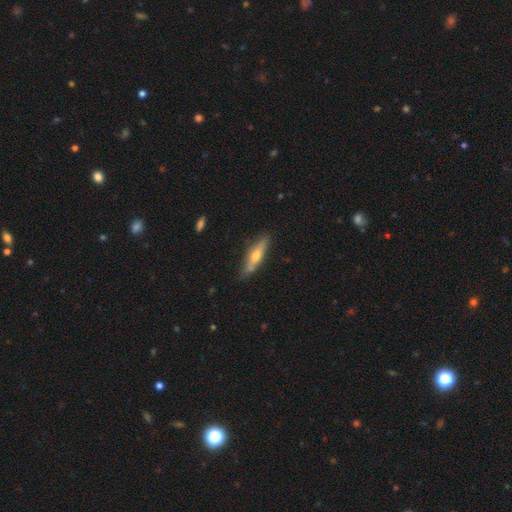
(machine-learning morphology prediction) featured or disk 52%, smooth 42%, star or artifact 6%. Down the decision tree: edge-on disk — yes (88%); merging — none (79%).